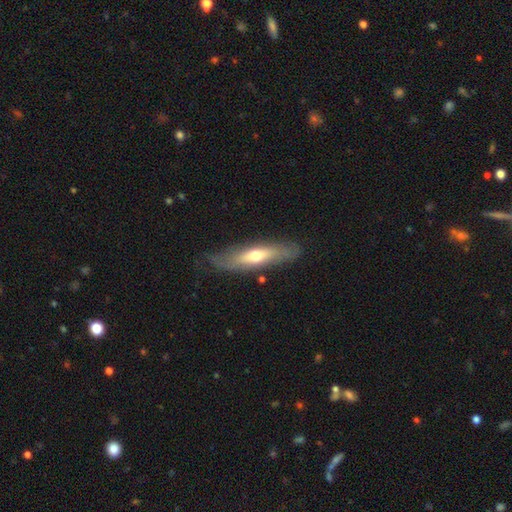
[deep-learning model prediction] smooth 47% (tied), featured or disk 47% (tied), star or artifact 6%. Down the decision tree: merging — none (71%).